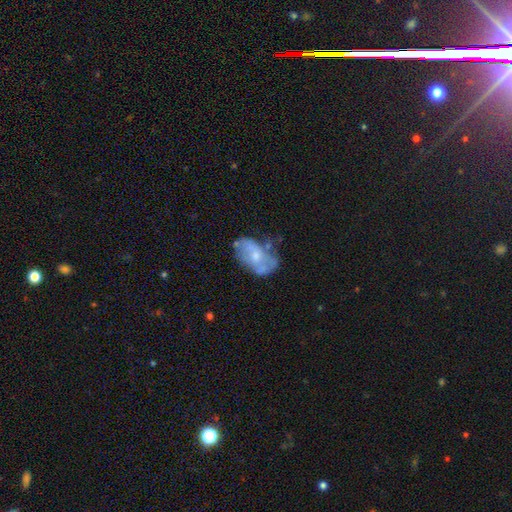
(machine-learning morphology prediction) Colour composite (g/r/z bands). It shows a featured or disk galaxy (54%) with no bar (78%), no spiral arms (66%) and a small central bulge (51%). Merging: none (39%).